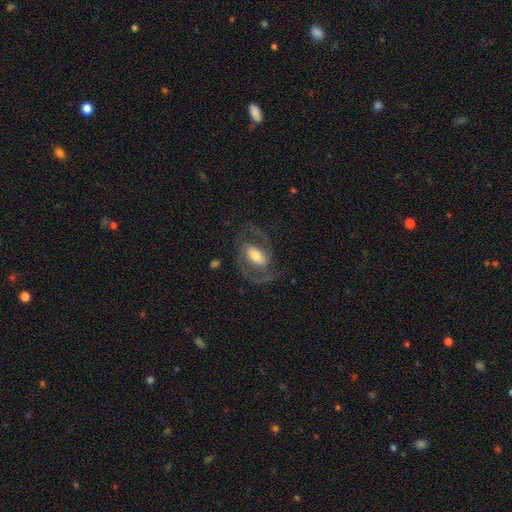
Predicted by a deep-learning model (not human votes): Q: Smooth or featured?
A: featured or disk (79%); runner-up: smooth (15%)
Q: Edge-on disk?
A: no (96%); runner-up: yes (4%)
Q: Bar?
A: weak (38%); runner-up: strong (35%)
Q: Spiral arms?
A: yes (90%); runner-up: no (10%)
Q: Spiral winding?
A: medium (56%); runner-up: tight (26%)
Q: Spiral arm count?
A: 2 (89%); runner-up: can't tell (5%)
Q: Bulge size?
A: moderate (50%); runner-up: small (25%)
Q: Merging?
A: none (71%); runner-up: minor disturbance (14%)